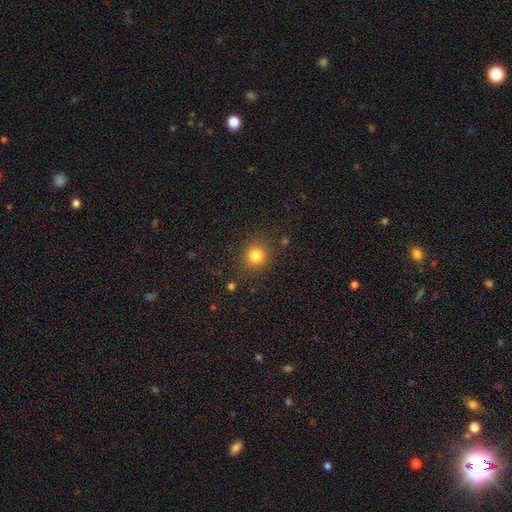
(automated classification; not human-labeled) Smooth or featured: smooth — 81% (star or artifact — 13%)
How rounded: round — 89% (in between — 10%)
Merging: none — 87% (minor disturbance — 8%)